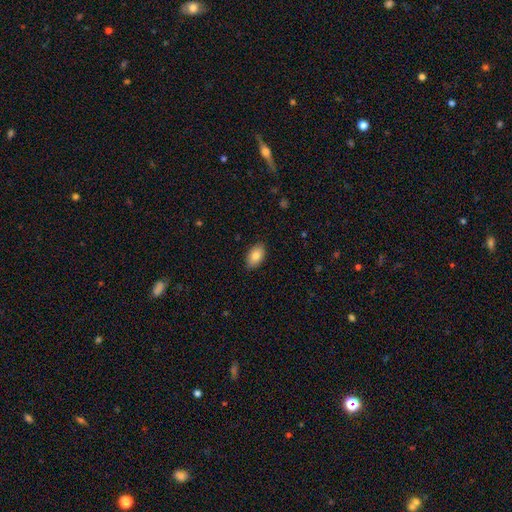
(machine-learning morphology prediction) A smooth galaxy with no disk features (84%) that is in between round and cigar-shaped (92%).

Vote fractions:
- Smooth or featured? smooth: 84% / featured or disk: 8% / star or artifact: 7%
- How rounded? in between: 92% / round: 6% / cigar-shaped: 2%
- Merging? none: 87% / minor disturbance: 10% / major disturbance: 2% / merger: 1%